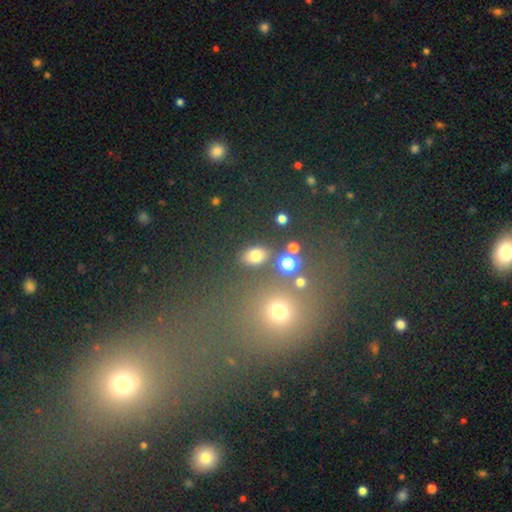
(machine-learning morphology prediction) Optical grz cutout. It shows a smooth galaxy with no disk features (75%) that is in between round and cigar-shaped (76%). Merging: none (81%).